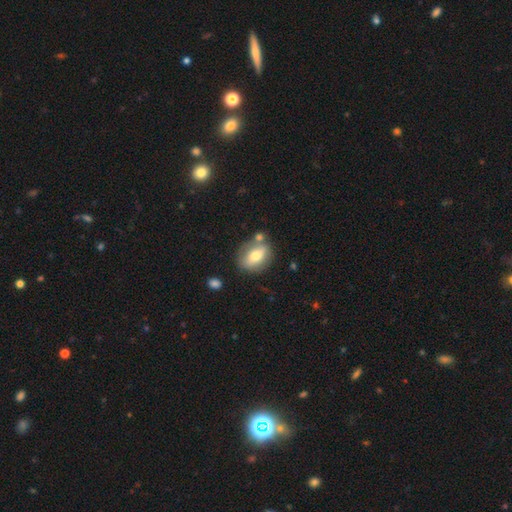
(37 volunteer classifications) This is likely a smooth galaxy (65%). How rounded: possibly round (50%, tied with in between). Merging: likely none (72%).